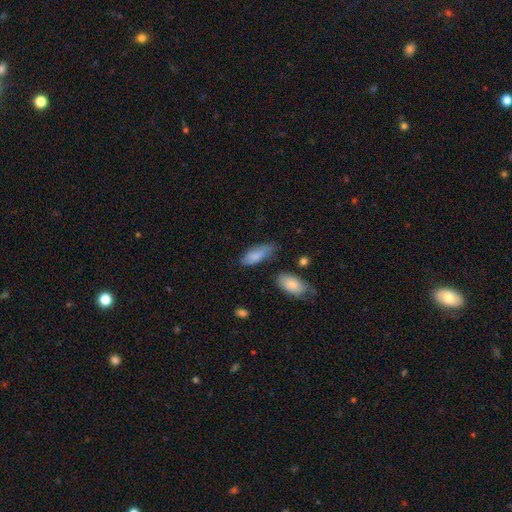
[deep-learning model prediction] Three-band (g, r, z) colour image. It shows a smooth galaxy with no disk features (79%) that is in between round and cigar-shaped (82%). Merging: none (61%).